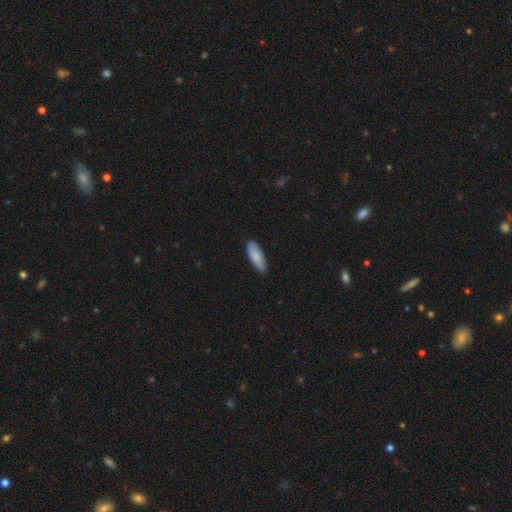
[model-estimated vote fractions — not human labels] A smooth galaxy with no disk features (86%) that is in between round and cigar-shaped (67%). Merging: none (85%).